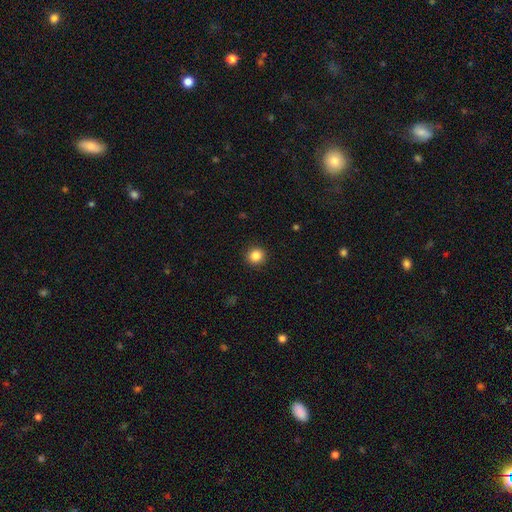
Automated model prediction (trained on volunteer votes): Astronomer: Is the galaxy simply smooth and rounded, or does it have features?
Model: smooth — 85%.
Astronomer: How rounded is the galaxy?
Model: round — 93%.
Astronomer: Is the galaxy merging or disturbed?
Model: none — 92%.